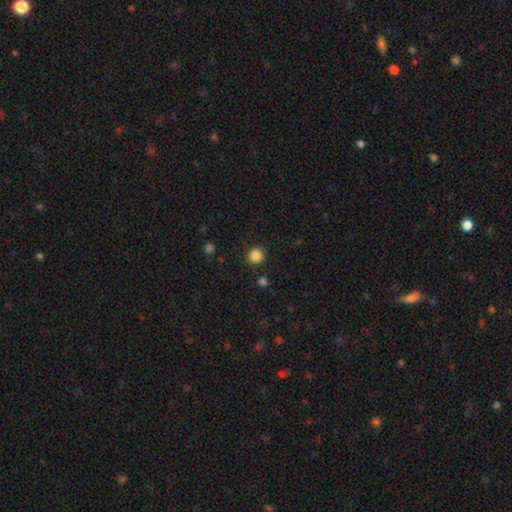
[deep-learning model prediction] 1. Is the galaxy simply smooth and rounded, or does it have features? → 85% smooth, 12% star or artifact, 3% featured or disk.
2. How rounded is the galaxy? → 95% round, 4% in between, 1% cigar-shaped.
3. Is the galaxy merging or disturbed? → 91% none, 5% minor disturbance, 2% major disturbance, 2% merger.